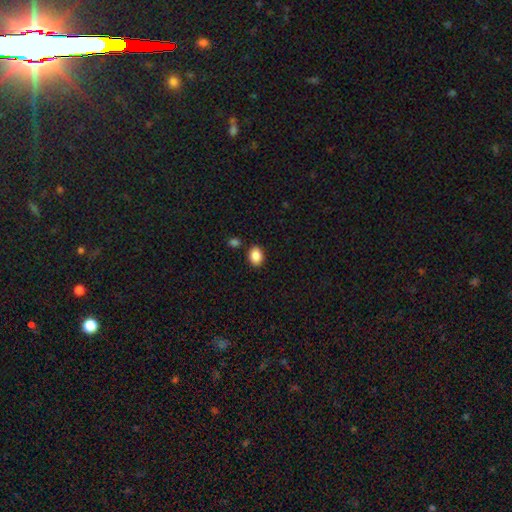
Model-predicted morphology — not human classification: Smooth or featured?
  - smooth: 88% *
  - star or artifact: 8%
  - featured or disk: 4%
How rounded?
  - in between: 69% *
  - round: 30%
  - cigar-shaped: 1%
Merging?
  - none: 84% *
  - minor disturbance: 9%
  - merger: 4%
  - major disturbance: 2%